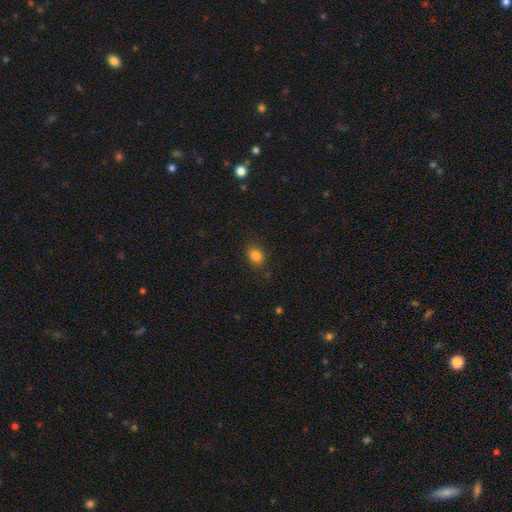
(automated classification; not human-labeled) Morphology: type=smooth (84%); roundness=in between (65%); merging=none (82%).